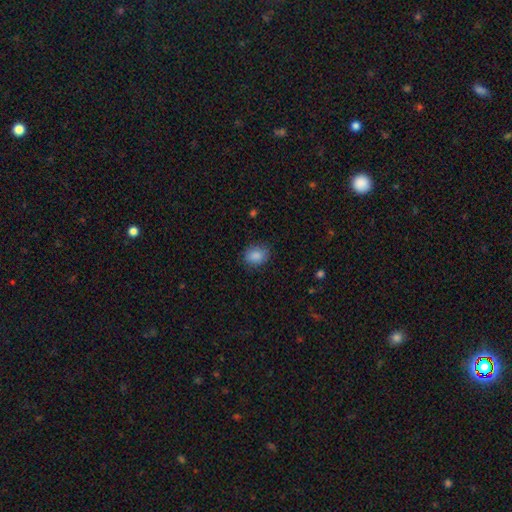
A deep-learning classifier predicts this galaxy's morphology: smooth_or_featured: smooth (p=0.88) [alt: star or artifact p=0.08]
how_rounded: round (p=0.50) [alt: in between p=0.49]
merging: none (p=0.82) [alt: minor disturbance p=0.14]